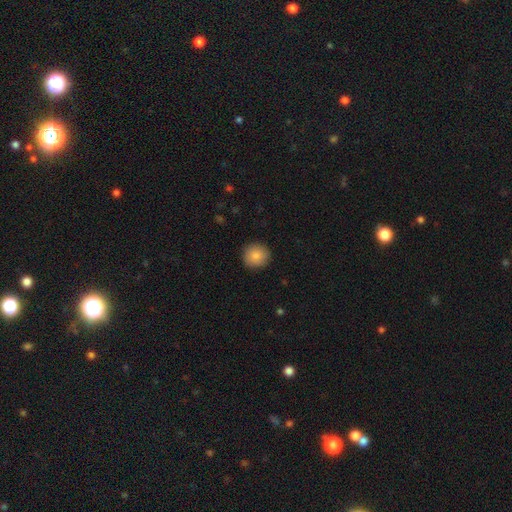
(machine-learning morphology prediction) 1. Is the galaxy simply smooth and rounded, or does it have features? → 86% smooth, 8% star or artifact, 6% featured or disk.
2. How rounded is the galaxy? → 93% round, 6% in between, 1% cigar-shaped.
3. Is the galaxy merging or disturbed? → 90% none, 7% minor disturbance, 2% major disturbance, 1% merger.